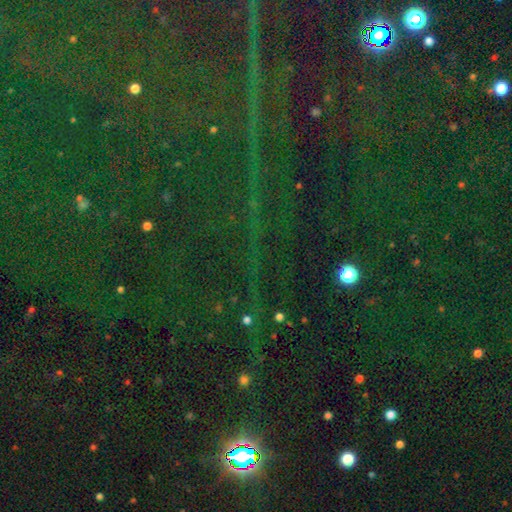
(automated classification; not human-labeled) A star or artifact, not a galaxy (84%).

Vote fractions:
- Smooth or featured? star or artifact: 84% / smooth: 9% / featured or disk: 7%